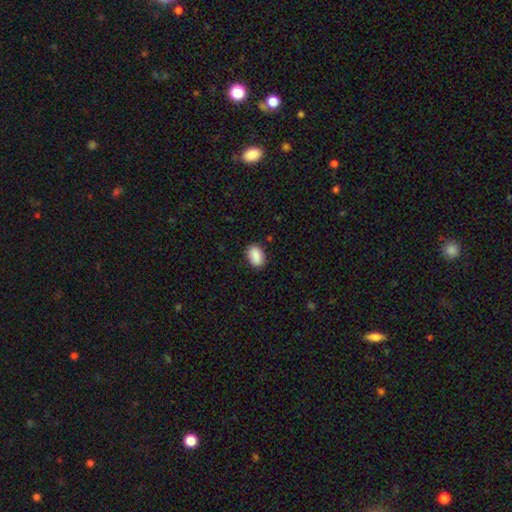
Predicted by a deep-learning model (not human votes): A smooth galaxy with no disk features (89%) that is in between round and cigar-shaped (87%). Merging: none (85%).